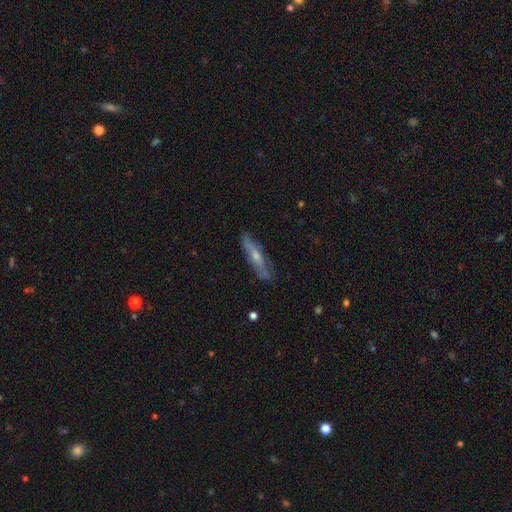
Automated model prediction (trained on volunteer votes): This appears to be a featured or disk galaxy (57%) viewed edge-on (68%). Merging: none (77%).